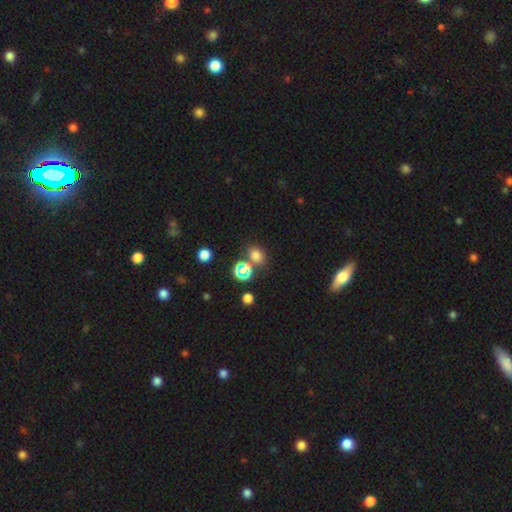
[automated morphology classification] A smooth galaxy with no disk features (70%) that is round (55%). Merging: none (69%).